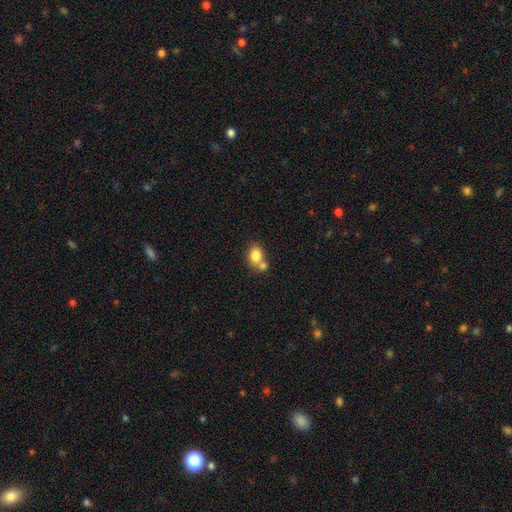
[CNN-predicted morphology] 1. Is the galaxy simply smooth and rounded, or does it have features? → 82% smooth, 9% star or artifact, 9% featured or disk.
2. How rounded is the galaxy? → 53% in between, 46% round, 1% cigar-shaped.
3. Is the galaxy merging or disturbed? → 43% none (tied), 43% merger (tied), 10% minor disturbance, 3% major disturbance.